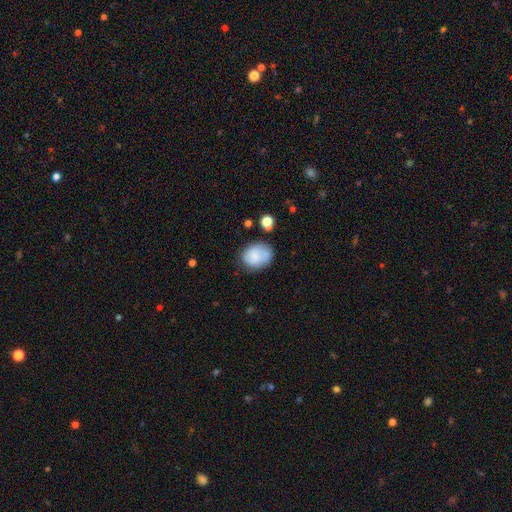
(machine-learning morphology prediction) Smooth or featured? Predicted: smooth (p=0.80). How rounded? Predicted: in between (p=0.52). Merging? Predicted: none (p=0.59).